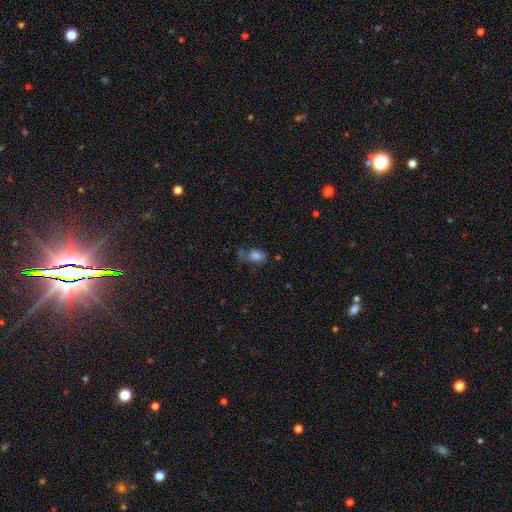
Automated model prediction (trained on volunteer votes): This is likely a smooth galaxy (73%). How rounded: clearly in between (85%). Merging: marginally none (38%).